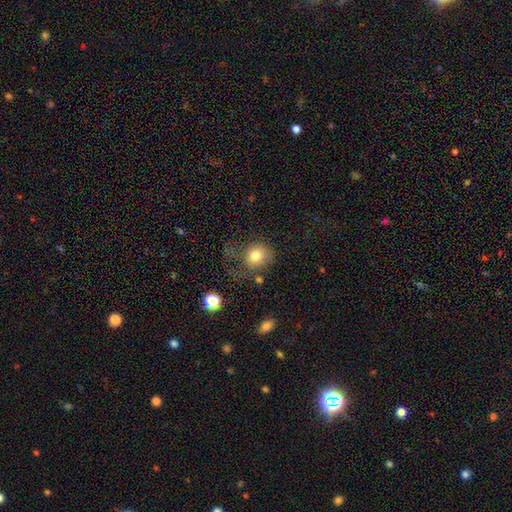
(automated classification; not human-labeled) A smooth galaxy with no disk features (79%) that is round (75%). Merging: none (53%).